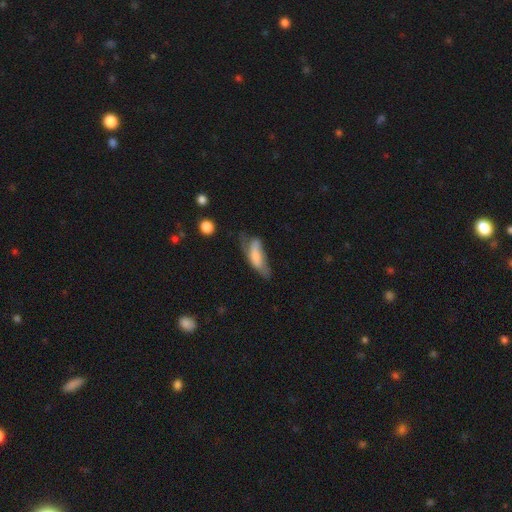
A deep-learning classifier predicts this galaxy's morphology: The model was most divided on "merging": minor disturbance: 34%, major disturbance: 31%, none: 31%, merger: 5%. More confident: how rounded — in between (63%); smooth or featured — smooth (62%).